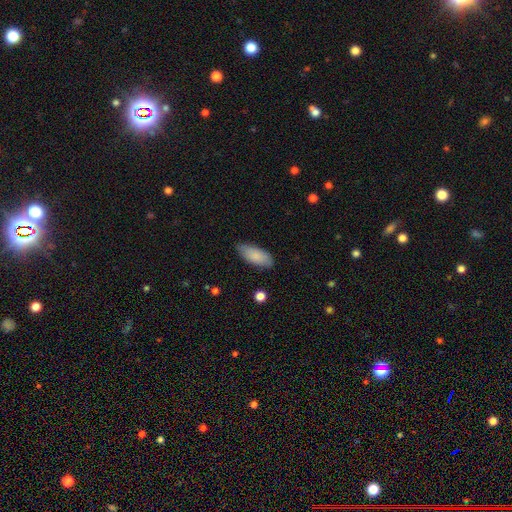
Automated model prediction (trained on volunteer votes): smooth_or_featured: smooth (p=0.84) [alt: featured or disk p=0.11]
how_rounded: in between (p=0.84) [alt: cigar-shaped p=0.15]
merging: none (p=0.78) [alt: minor disturbance p=0.18]